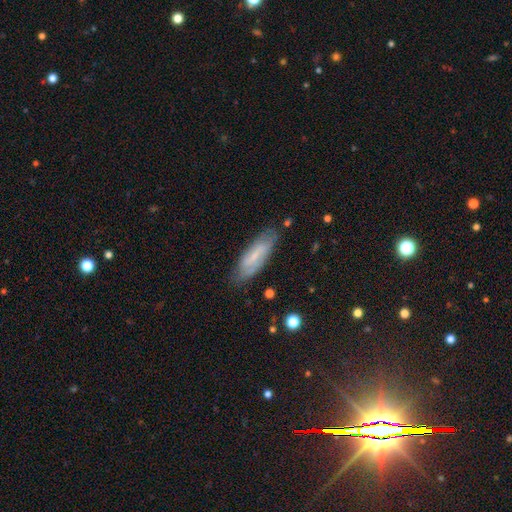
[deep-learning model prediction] smooth-or-featured: smooth: 46% (tied) | featured or disk: 46% (tied) | star or artifact: 8%
  merging: none: 75% | minor disturbance: 18% | major disturbance: 5% | merger: 2%